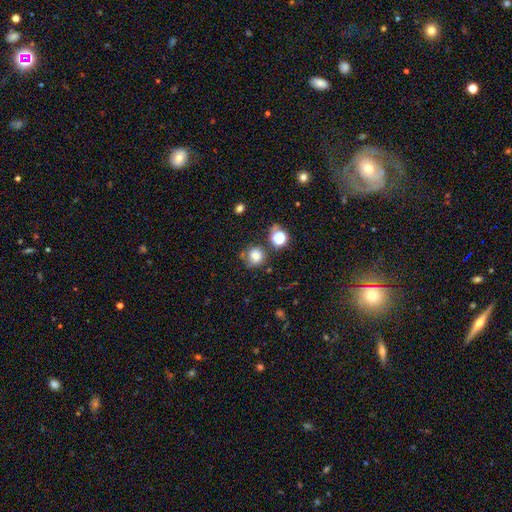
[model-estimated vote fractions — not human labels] This is likely a smooth galaxy (73%). How rounded: clearly round (86%). Merging: likely none (61%).